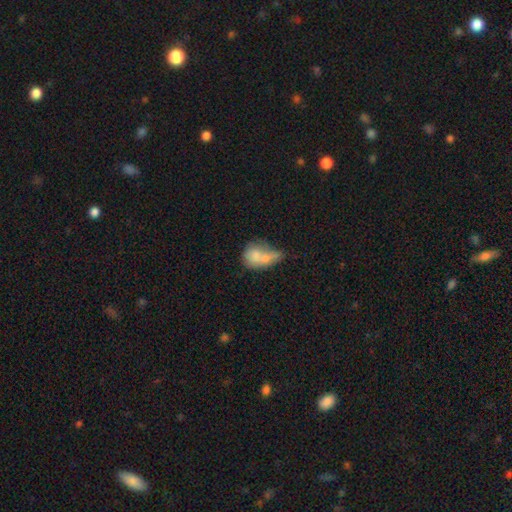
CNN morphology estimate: Overall: smooth (66%). How rounded: in between (63%; round 33%). Merging: merger (57%; none 19%).